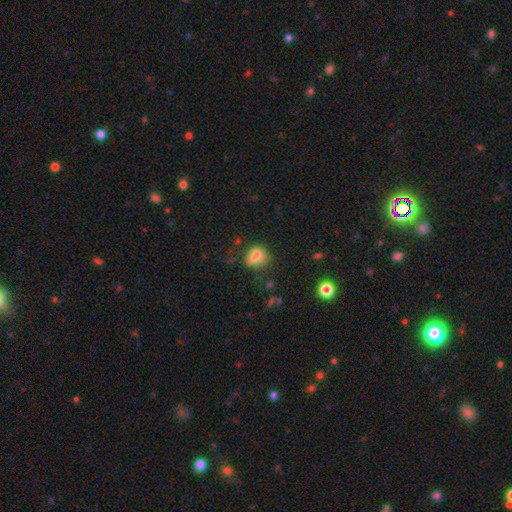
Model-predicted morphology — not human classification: Smooth or featured? Predicted: smooth (p=0.75). How rounded? Predicted: in between (p=0.51). Merging? Predicted: none (p=0.47).